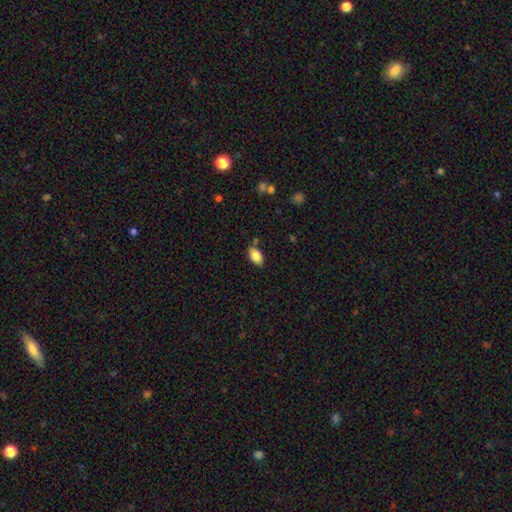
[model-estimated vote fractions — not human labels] smooth_or_featured: smooth (p=0.84) [alt: featured or disk p=0.08]
how_rounded: in between (p=0.93) [alt: round p=0.04]
merging: none (p=0.79) [alt: minor disturbance p=0.13]